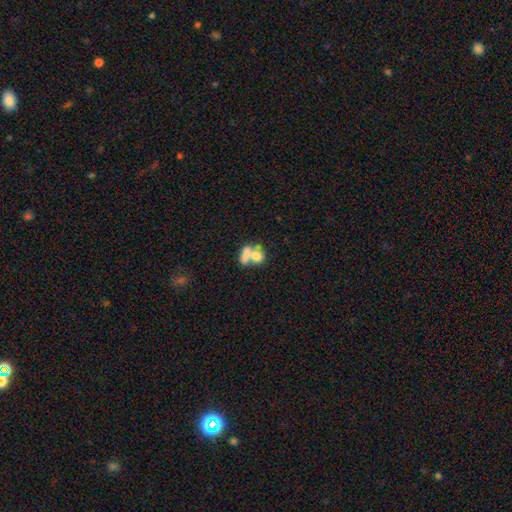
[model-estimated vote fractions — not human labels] Overall: smooth (70%). How rounded: round (51%; in between 45%). Merging: merger (63%; none 23%).